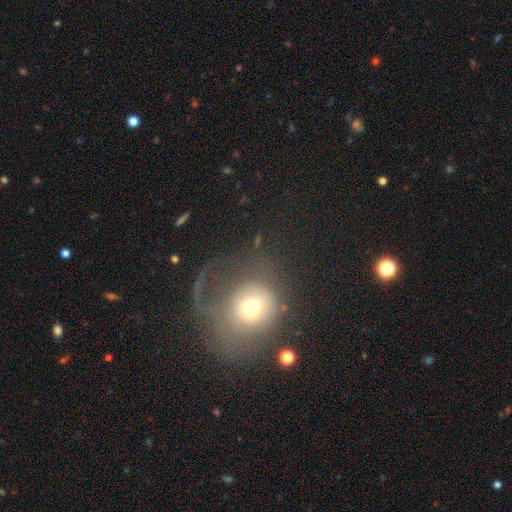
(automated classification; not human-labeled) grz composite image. It shows a smooth galaxy with no disk features (49%). Merging: none (50%).